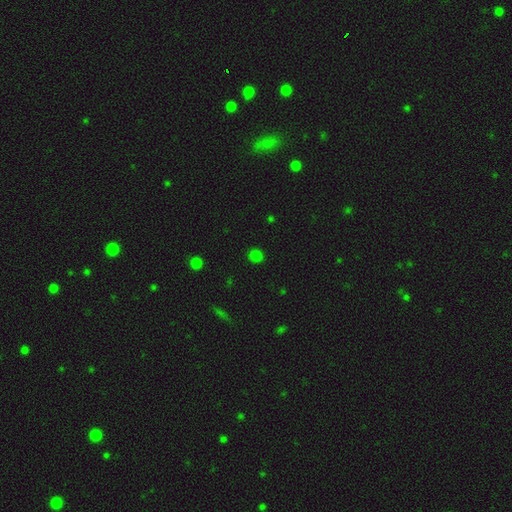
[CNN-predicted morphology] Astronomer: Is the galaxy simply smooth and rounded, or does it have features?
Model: smooth — 79%.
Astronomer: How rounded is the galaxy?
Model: round — 88%.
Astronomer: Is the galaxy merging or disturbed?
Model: none — 90%.